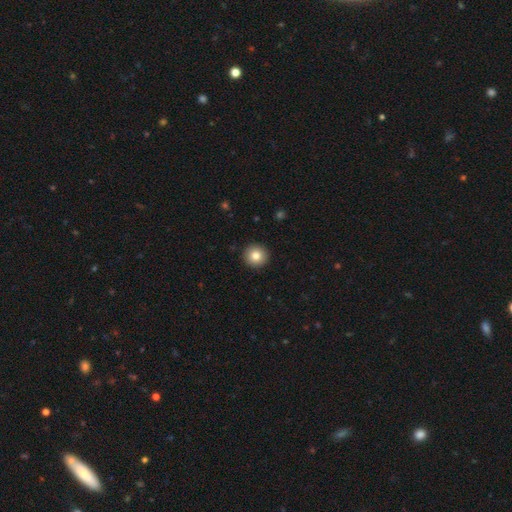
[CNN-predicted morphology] Smooth or featured? Predicted: smooth (p=0.82). How rounded? Predicted: round (p=0.95). Merging? Predicted: none (p=0.93).